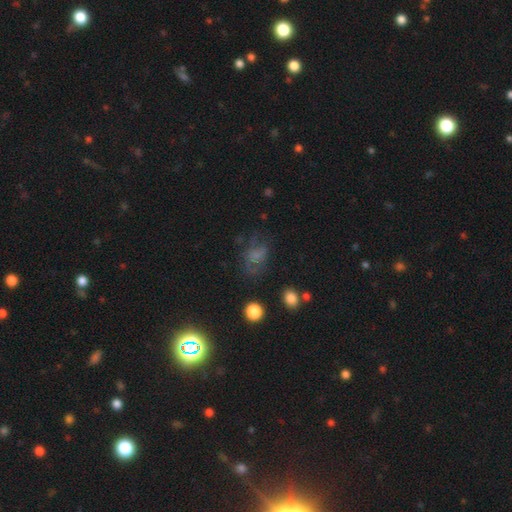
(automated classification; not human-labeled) Smooth or featured? Predicted: smooth (p=0.46). Merging? Predicted: none (p=0.50).